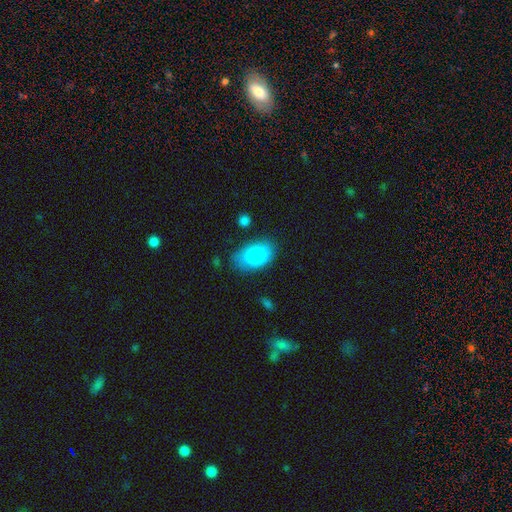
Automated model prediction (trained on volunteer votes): smooth-or-featured: smooth: 84% | featured or disk: 10% | star or artifact: 6%
  how-rounded: in between: 91% | round: 8% | cigar-shaped: 1%
  merging: none: 68% | minor disturbance: 22% | major disturbance: 7% | merger: 3%